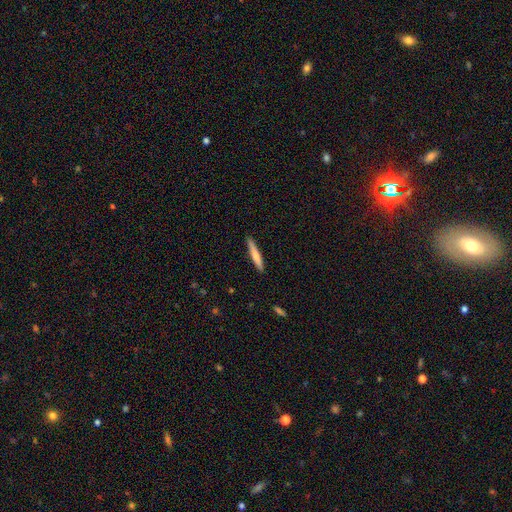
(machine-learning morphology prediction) A smooth galaxy with no disk features (69%) that is cigar-shaped (94%). Merging: none (90%).